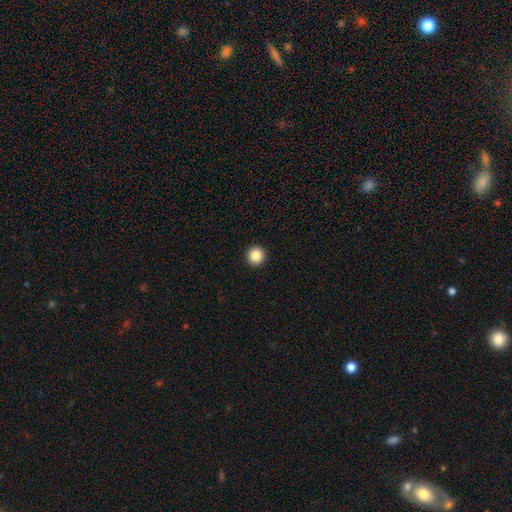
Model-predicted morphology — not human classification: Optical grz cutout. It shows a smooth galaxy with no disk features (86%) that is round (95%). Merging: none (94%).